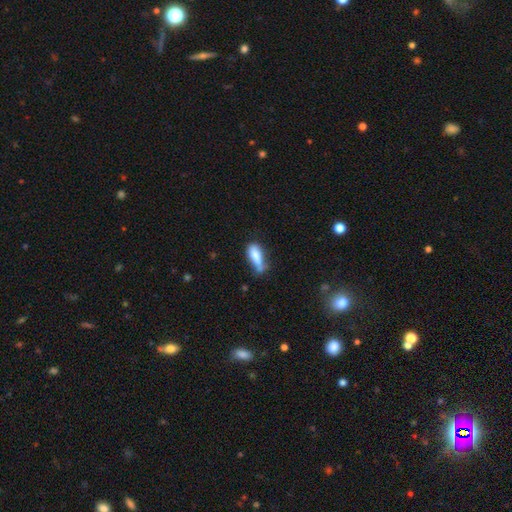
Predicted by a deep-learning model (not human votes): Q: Smooth or featured?
A: smooth (77%); runner-up: featured or disk (15%)
Q: How rounded?
A: in between (76%); runner-up: cigar-shaped (21%)
Q: Merging?
A: none (34%); runner-up: minor disturbance (31%)